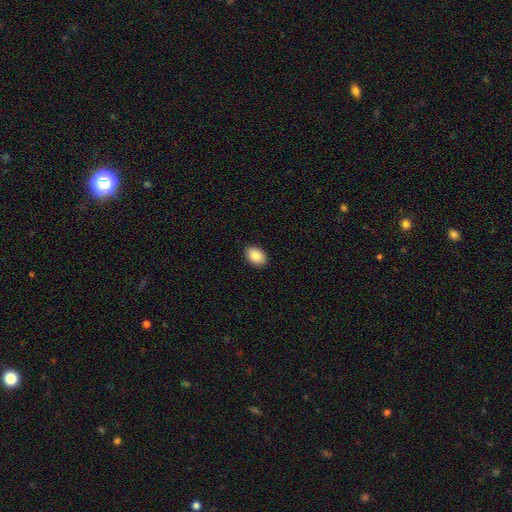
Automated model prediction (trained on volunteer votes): Smooth or featured? Predicted: smooth (p=0.88). How rounded? Predicted: in between (p=0.81). Merging? Predicted: none (p=0.91).